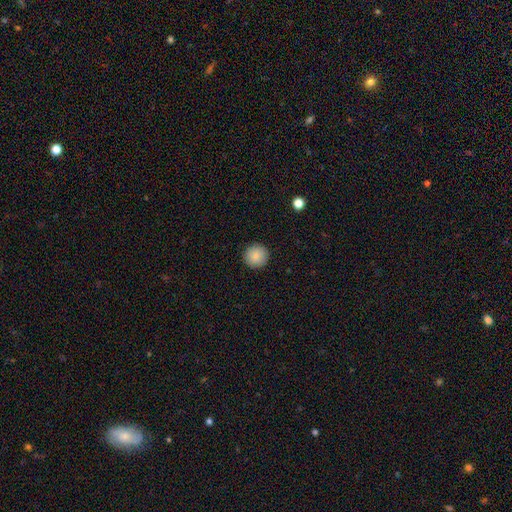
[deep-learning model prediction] Overall: smooth (88%). How rounded: round (95%). Merging: none (92%).